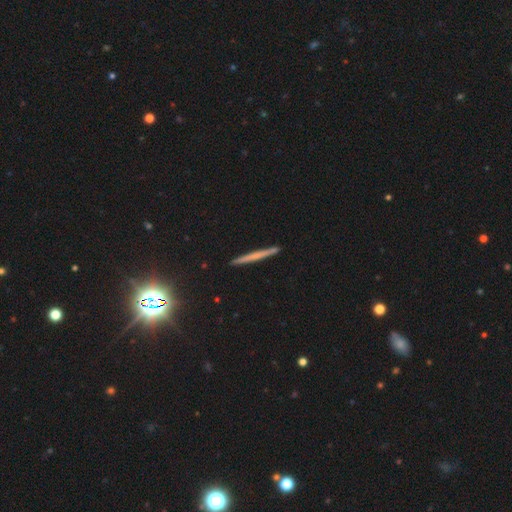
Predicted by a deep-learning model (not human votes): Smooth or featured? Predicted: smooth (p=0.48). Merging? Predicted: none (p=0.91).